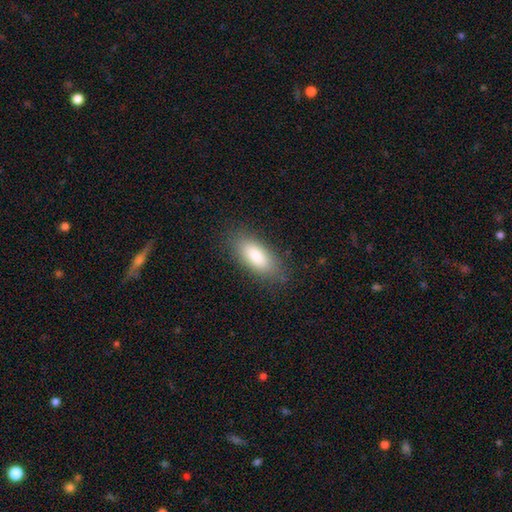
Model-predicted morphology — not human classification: The model was most divided on "how rounded": in between: 81%, cigar-shaped: 17%, round: 2%. More confident: smooth or featured — smooth (84%); merging — none (84%).